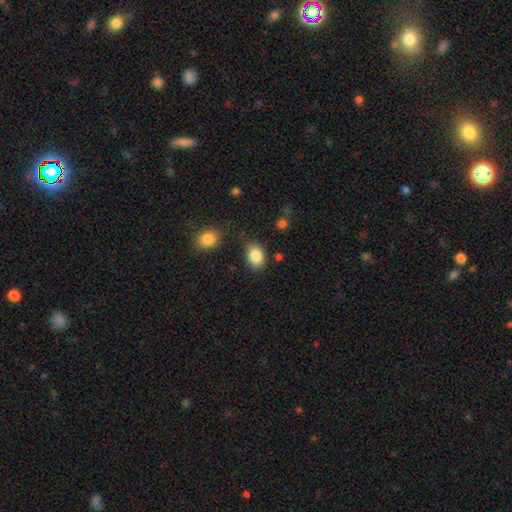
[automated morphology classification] smooth 86%, star or artifact 8%, featured or disk 6%. Down the decision tree: how rounded — in between (77%); merging — none (78%).